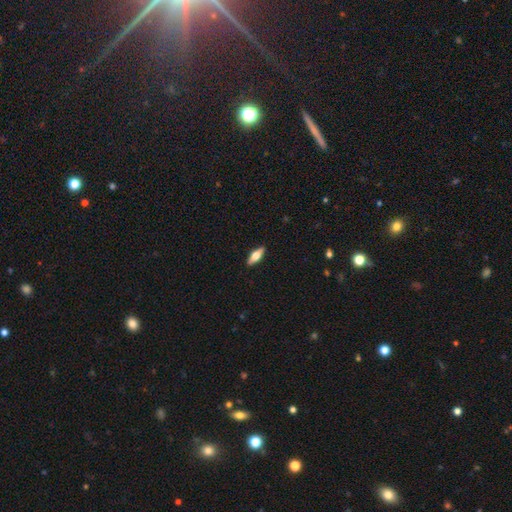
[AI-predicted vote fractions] smooth-or-featured: featured or disk: 48% | smooth: 46% | star or artifact: 6%
  merging: none: 90% | minor disturbance: 7% | major disturbance: 2% | merger: 1%